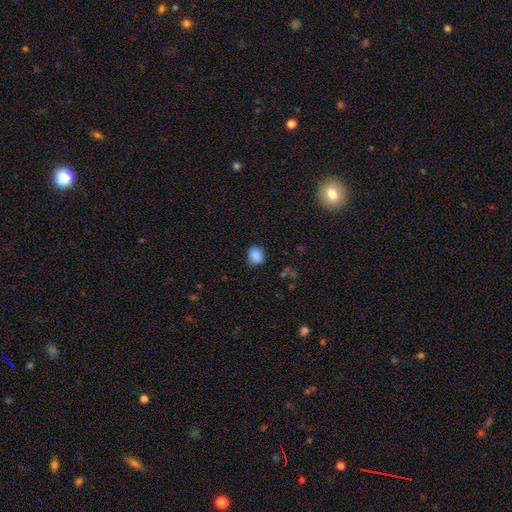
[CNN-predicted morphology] The model was most divided on "how rounded": round: 68%, in between: 31%, cigar-shaped: 1%. More confident: smooth or featured — smooth (88%); merging — none (86%).